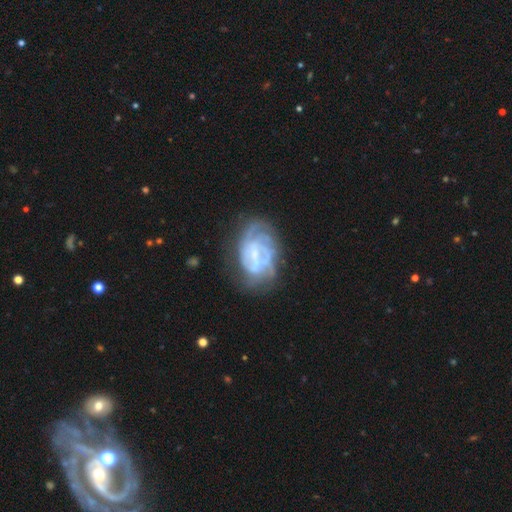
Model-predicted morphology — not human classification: The model was most divided on "bar": weak: 46%, no: 35%, strong: 19%. Remaining: edge-on disk — no (97%); spiral arms — yes (80%); smooth or featured — featured or disk (77%); spiral winding — tight (56%); merging — none (56%); bulge size — small (50%); spiral arm count — can't tell (47%).